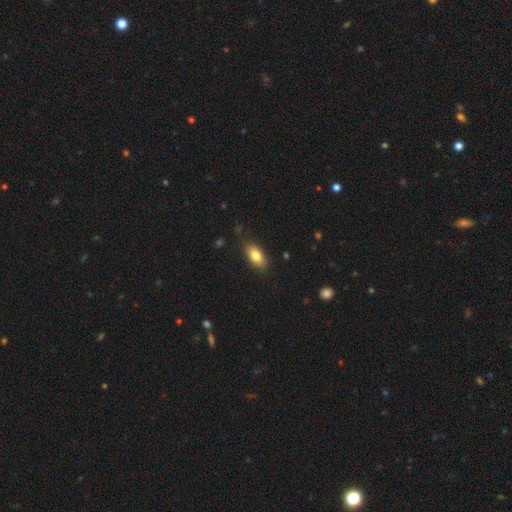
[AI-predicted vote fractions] Morphology: type=smooth (81%); roundness=in between (89%); merging=none (85%).